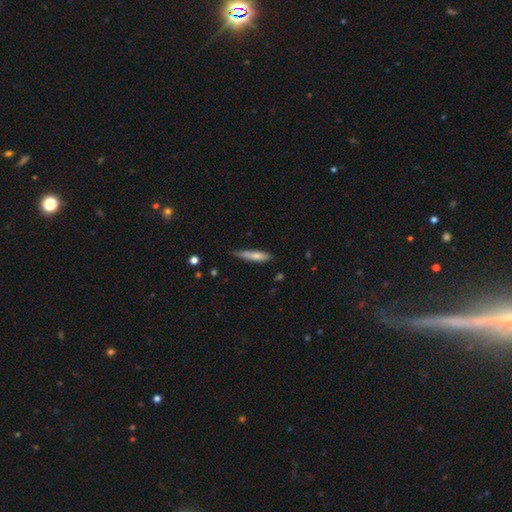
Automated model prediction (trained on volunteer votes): Q: Smooth or featured?
A: smooth (68%); runner-up: featured or disk (26%)
Q: How rounded?
A: cigar-shaped (84%); runner-up: in between (15%)
Q: Merging?
A: none (60%); runner-up: minor disturbance (32%)